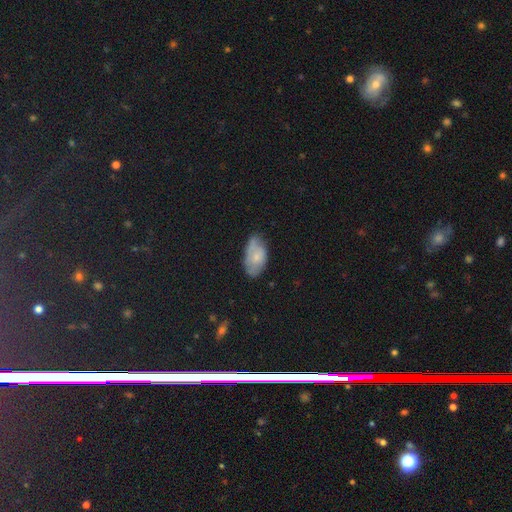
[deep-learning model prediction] Morphology: type=smooth (64%); roundness=in between (93%); merging=none (55%).